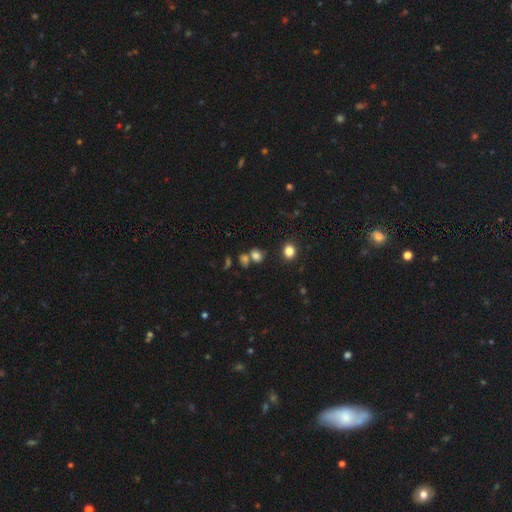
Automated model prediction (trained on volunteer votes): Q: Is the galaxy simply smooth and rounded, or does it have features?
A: smooth — 75%.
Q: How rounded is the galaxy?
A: round — 56%.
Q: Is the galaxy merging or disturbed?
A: none — 55%.